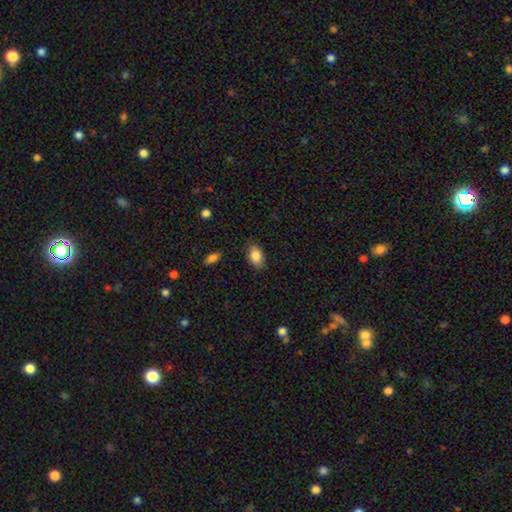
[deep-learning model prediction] A smooth galaxy with no disk features (86%) that is in between round and cigar-shaped (88%).

Vote fractions:
- Smooth or featured? smooth: 86% / star or artifact: 8% / featured or disk: 6%
- How rounded? in between: 88% / round: 10% / cigar-shaped: 2%
- Merging? none: 82% / minor disturbance: 14% / major disturbance: 3% / merger: 1%